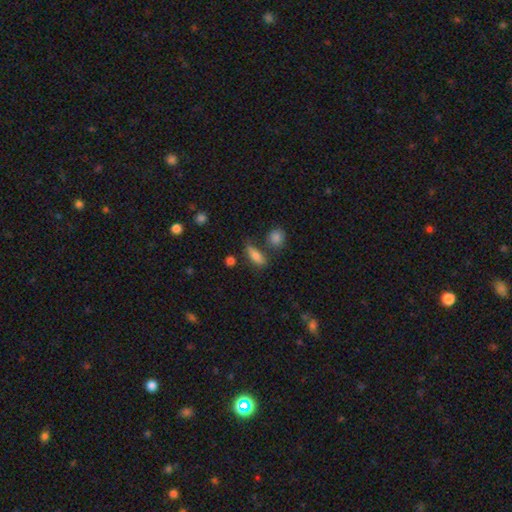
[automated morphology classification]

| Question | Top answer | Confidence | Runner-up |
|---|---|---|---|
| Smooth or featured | smooth | 76% | featured or disk (15%) |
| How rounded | in between | 62% | cigar-shaped (33%) |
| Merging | none | 64% | minor disturbance (19%) |